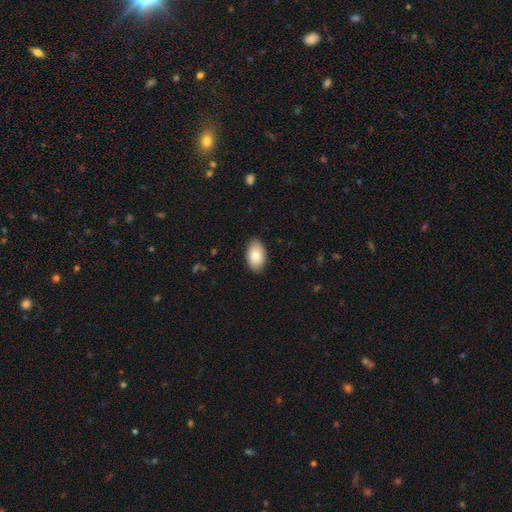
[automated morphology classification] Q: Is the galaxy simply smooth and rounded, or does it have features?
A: smooth — 84%.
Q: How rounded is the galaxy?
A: in between — 93%.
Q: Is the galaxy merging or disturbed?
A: none — 86%.